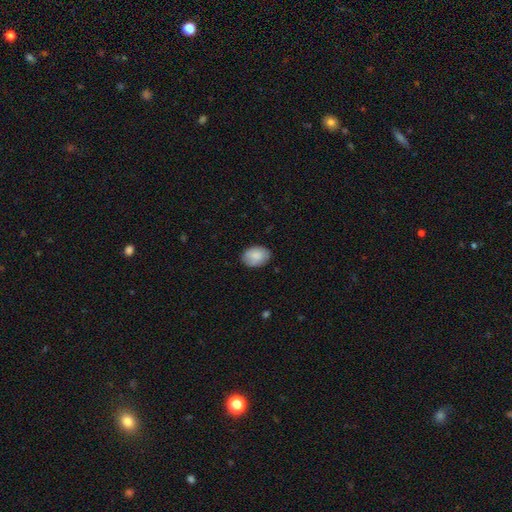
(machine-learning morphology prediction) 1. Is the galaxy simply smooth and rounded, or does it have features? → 83% smooth, 10% featured or disk, 7% star or artifact.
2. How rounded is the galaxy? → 78% in between, 21% round, 1% cigar-shaped.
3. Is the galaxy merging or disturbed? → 82% none, 14% minor disturbance, 3% major disturbance, 1% merger.